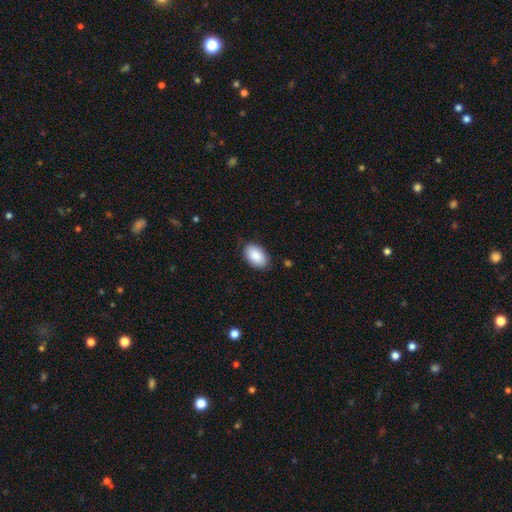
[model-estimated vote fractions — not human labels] Morphology: type=smooth (89%); roundness=in between (93%); merging=none (85%).